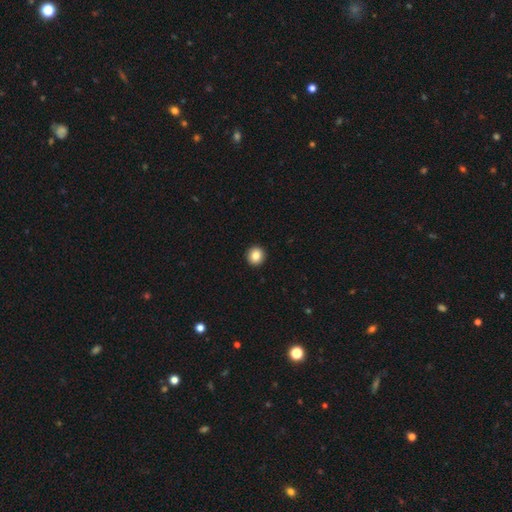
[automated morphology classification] Q: Smooth or featured?
A: smooth (85%); runner-up: star or artifact (9%)
Q: How rounded?
A: round (93%); runner-up: in between (6%)
Q: Merging?
A: none (94%); runner-up: minor disturbance (4%)